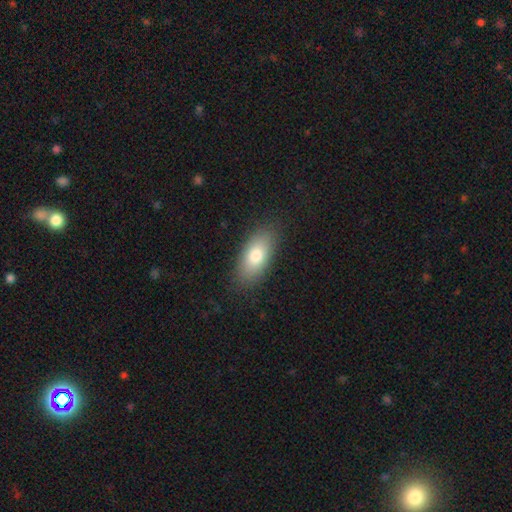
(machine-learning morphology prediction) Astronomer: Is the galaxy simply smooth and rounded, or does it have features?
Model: smooth — 79%.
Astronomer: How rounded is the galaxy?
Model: in between — 87%.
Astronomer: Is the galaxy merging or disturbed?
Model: none — 86%.